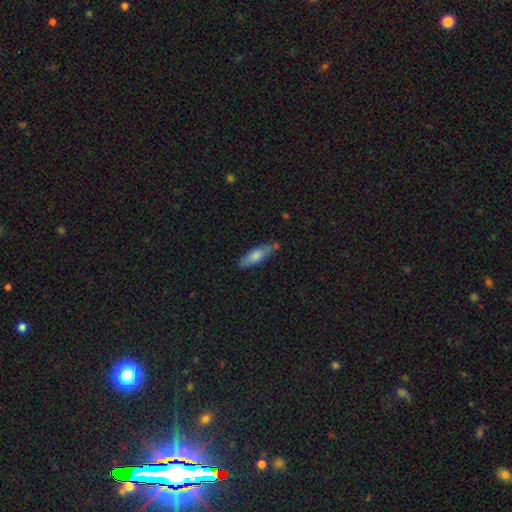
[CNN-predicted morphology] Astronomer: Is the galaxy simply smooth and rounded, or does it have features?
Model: smooth — 73%.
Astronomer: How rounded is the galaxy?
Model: cigar-shaped — 55% (runner-up: in between, 44%).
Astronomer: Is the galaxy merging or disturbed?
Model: none — 73%.